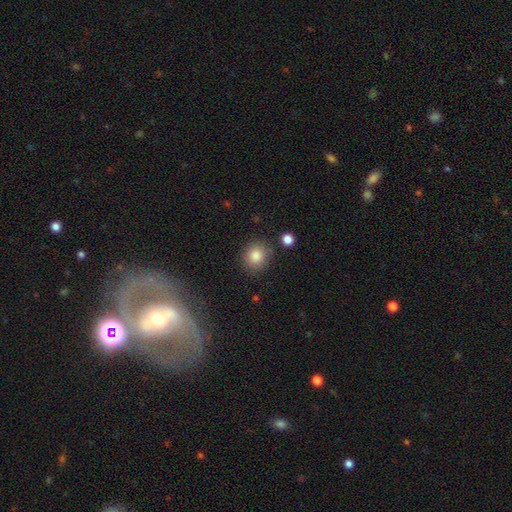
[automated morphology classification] Smooth or featured? smooth (84%)
How rounded? round (79%)
Merging? none (83%)